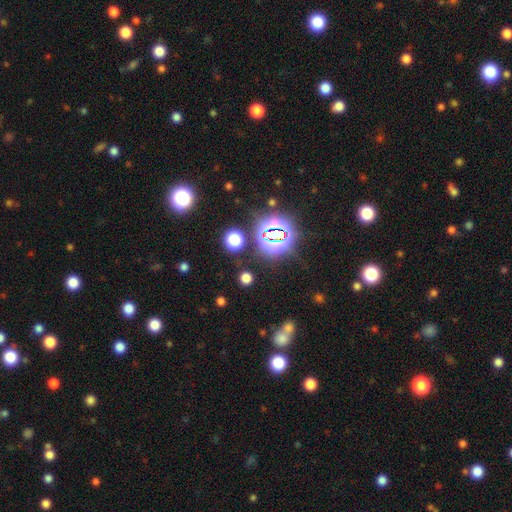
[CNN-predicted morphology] A star or artifact, not a galaxy (77%).

Vote fractions:
- Smooth or featured? star or artifact: 77% / smooth: 16% / featured or disk: 7%